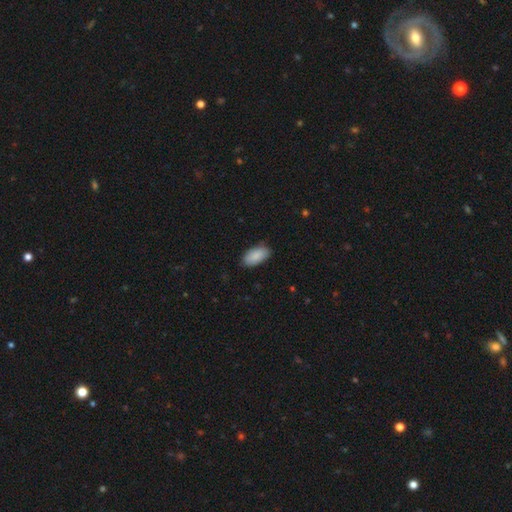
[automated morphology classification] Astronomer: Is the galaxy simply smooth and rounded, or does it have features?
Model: smooth — 89%.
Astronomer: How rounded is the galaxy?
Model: in between — 95%.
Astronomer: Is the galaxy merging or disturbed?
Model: none — 83%.